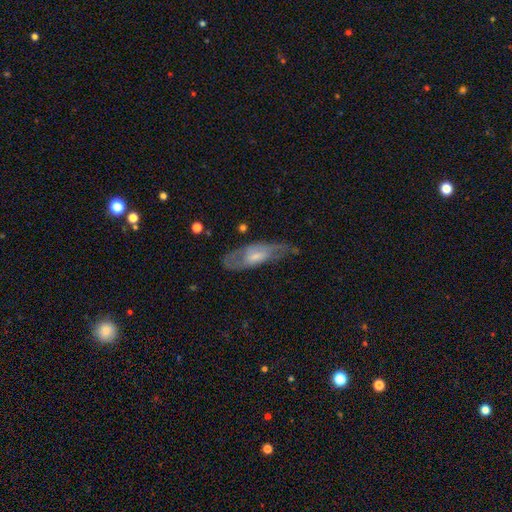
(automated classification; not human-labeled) smooth-or-featured: featured or disk: 54% | smooth: 40% | star or artifact: 7%
  disk-edge-on: no: 76% | yes: 24%
  merging: none: 56% | minor disturbance: 27% | major disturbance: 15% | merger: 3%